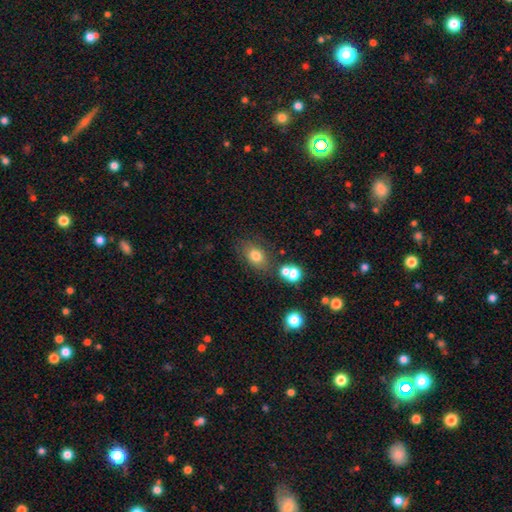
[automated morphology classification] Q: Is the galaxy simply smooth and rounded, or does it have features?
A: smooth — 76%.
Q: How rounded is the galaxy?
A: in between — 69%.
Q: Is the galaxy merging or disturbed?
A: none — 70%.